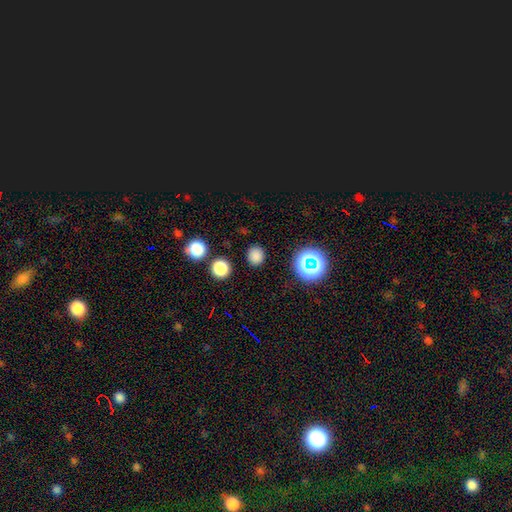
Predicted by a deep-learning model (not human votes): This is likely a smooth galaxy (77%). How rounded: clearly round (87%). Merging: clearly none (88%).